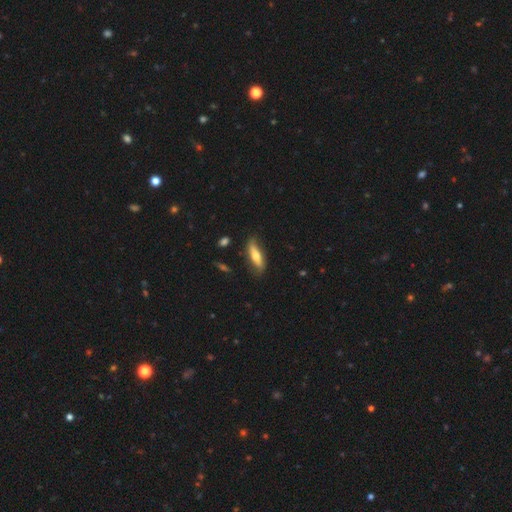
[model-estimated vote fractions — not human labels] This is possibly a smooth galaxy (53%). How rounded: possibly cigar-shaped (54%). Merging: likely none (74%).